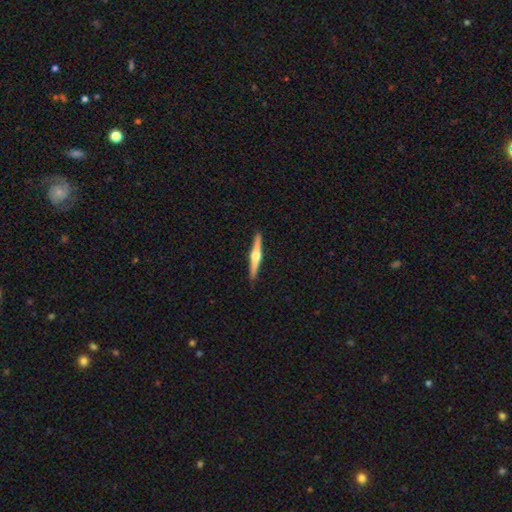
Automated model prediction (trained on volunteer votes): A featured or disk galaxy (73%) viewed edge-on (98%) with a rounded central bulge (94%). Merging: none (92%).